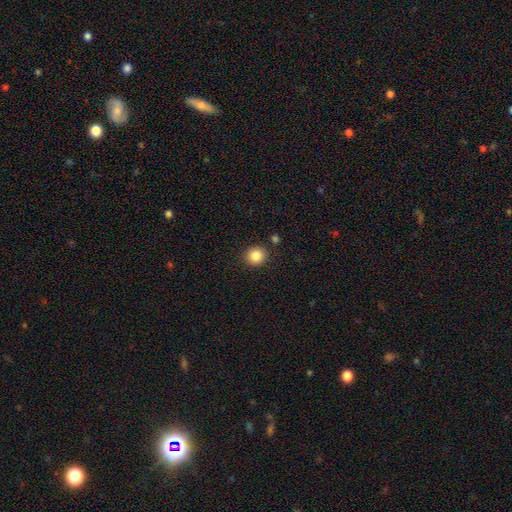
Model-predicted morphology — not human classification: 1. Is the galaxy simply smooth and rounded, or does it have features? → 86% smooth, 10% star or artifact, 4% featured or disk.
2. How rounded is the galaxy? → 88% round, 11% in between, 1% cigar-shaped.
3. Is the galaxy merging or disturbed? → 86% none, 8% minor disturbance, 3% merger, 2% major disturbance.